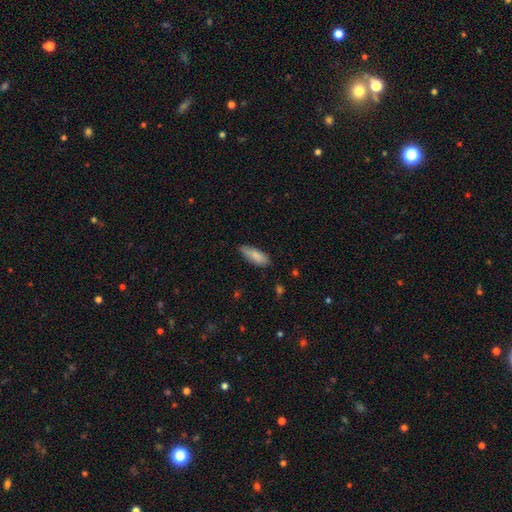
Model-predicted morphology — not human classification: smooth 85%, featured or disk 9%, star or artifact 6%. Down the decision tree: how rounded — in between (69%); merging — none (72%).